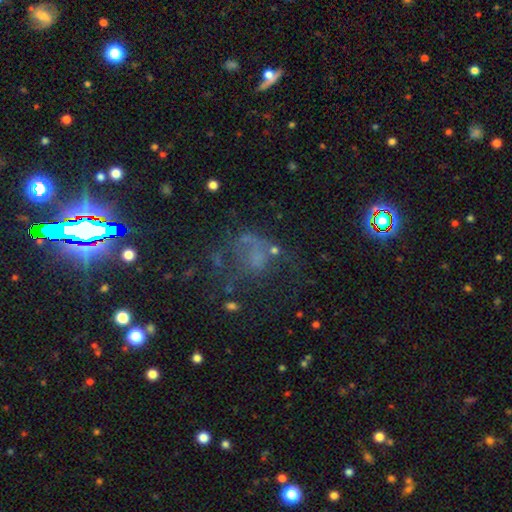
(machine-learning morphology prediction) Smooth or featured? Predicted: featured or disk (p=0.37). Merging? Predicted: major disturbance (p=0.39).